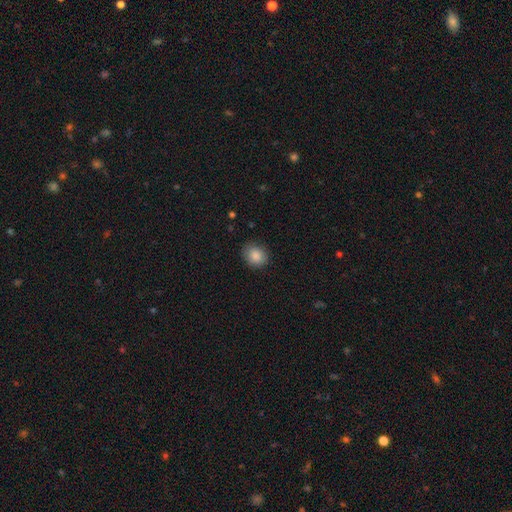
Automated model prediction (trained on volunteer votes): This is clearly a smooth galaxy (87%). How rounded: likely round (61%). Merging: clearly none (84%).